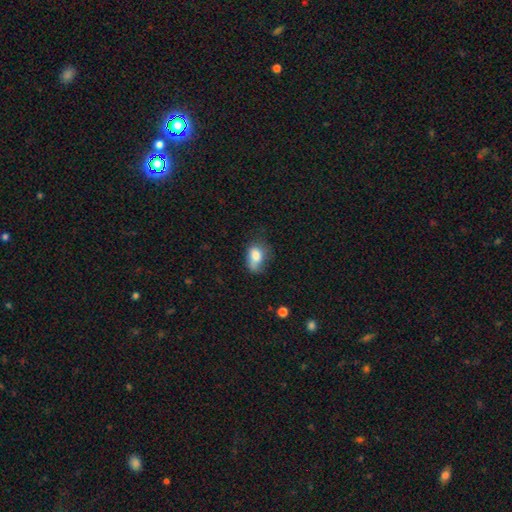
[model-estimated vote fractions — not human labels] Smooth or featured?
  - smooth: 77% *
  - featured or disk: 14%
  - star or artifact: 9%
How rounded?
  - in between: 79% *
  - round: 19%
  - cigar-shaped: 2%
Merging?
  - none: 36% *
  - minor disturbance: 35%
  - major disturbance: 22%
  - merger: 7%